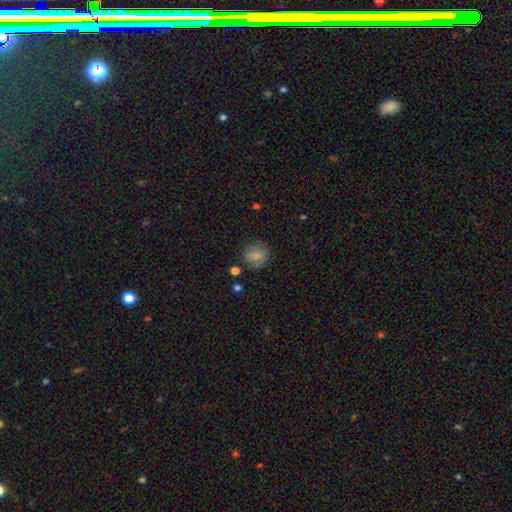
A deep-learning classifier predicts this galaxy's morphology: A smooth galaxy with no disk features (81%) that is round (86%).

Vote fractions:
- Smooth or featured? smooth: 81% / featured or disk: 10% / star or artifact: 9%
- How rounded? round: 86% / in between: 13% / cigar-shaped: 1%
- Merging? none: 77% / minor disturbance: 15% / major disturbance: 5% / merger: 3%